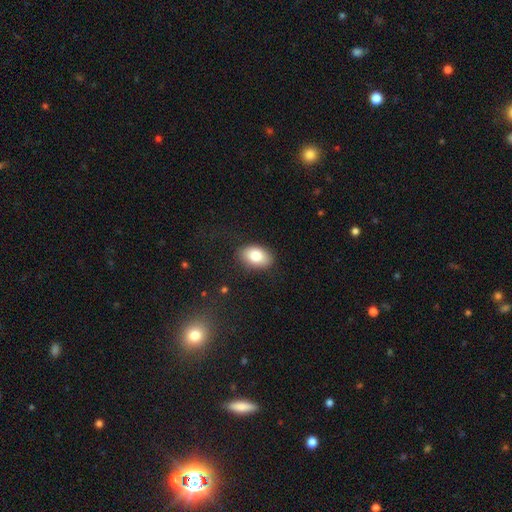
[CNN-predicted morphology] Smooth or featured?
  - smooth: 82% *
  - featured or disk: 11%
  - star or artifact: 7%
How rounded?
  - in between: 89% *
  - round: 10%
  - cigar-shaped: 1%
Merging?
  - none: 85% *
  - minor disturbance: 11%
  - major disturbance: 3%
  - merger: 1%